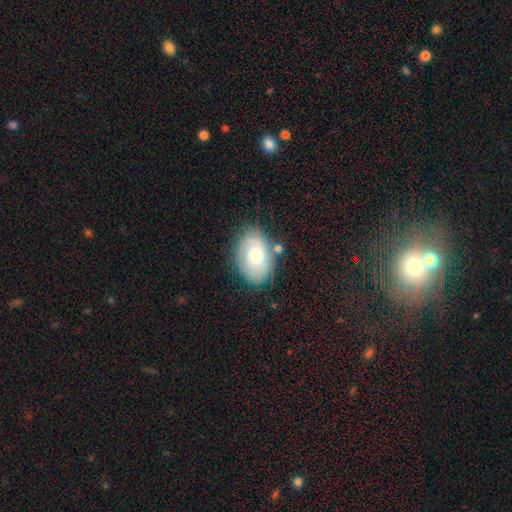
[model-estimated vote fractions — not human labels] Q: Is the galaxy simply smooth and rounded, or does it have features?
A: smooth — 49%.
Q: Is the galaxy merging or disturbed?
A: none — 75%.